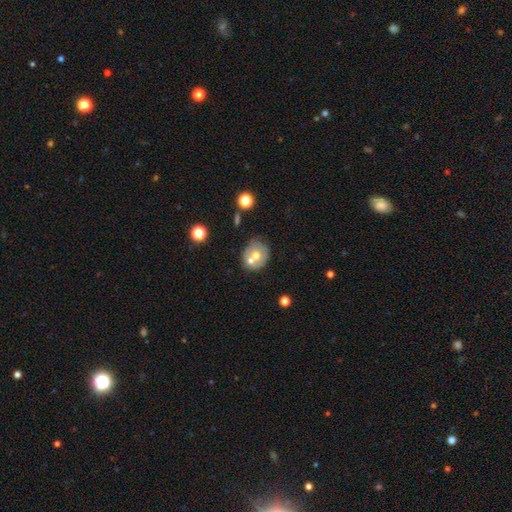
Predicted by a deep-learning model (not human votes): Smooth or featured?
  - smooth: 52% *
  - featured or disk: 39%
  - star or artifact: 9%
How rounded?
  - round: 73% *
  - in between: 26%
  - cigar-shaped: 1%
Merging?
  - none: 48% *
  - merger: 34%
  - minor disturbance: 13%
  - major disturbance: 5%